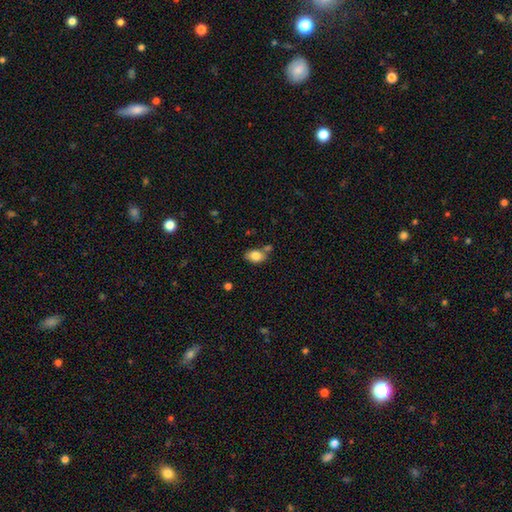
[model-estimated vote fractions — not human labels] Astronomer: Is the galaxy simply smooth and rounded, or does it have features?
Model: smooth — 82%.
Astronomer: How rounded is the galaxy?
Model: in between — 82%.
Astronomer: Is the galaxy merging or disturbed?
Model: none — 57%.